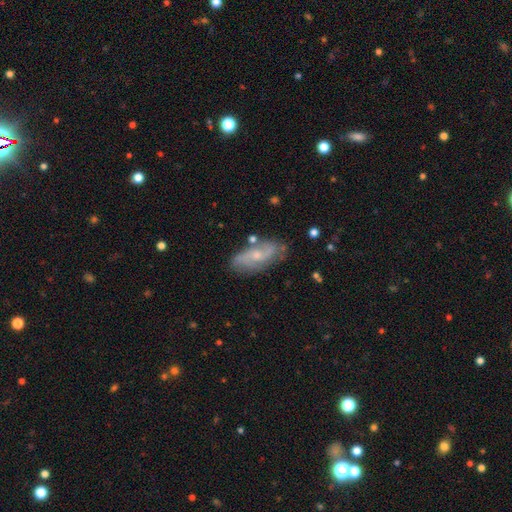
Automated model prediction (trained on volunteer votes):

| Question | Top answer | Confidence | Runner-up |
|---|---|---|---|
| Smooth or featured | featured or disk | 70% | smooth (23%) |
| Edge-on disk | no | 92% | yes (8%) |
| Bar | no | 56% | weak (37%) |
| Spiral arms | yes | 90% | no (10%) |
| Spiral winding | medium | 43% | loose (34%) |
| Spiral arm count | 2 | 74% | can't tell (15%) |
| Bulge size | small | 53% | moderate (39%) |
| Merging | none | 71% | minor disturbance (19%) |